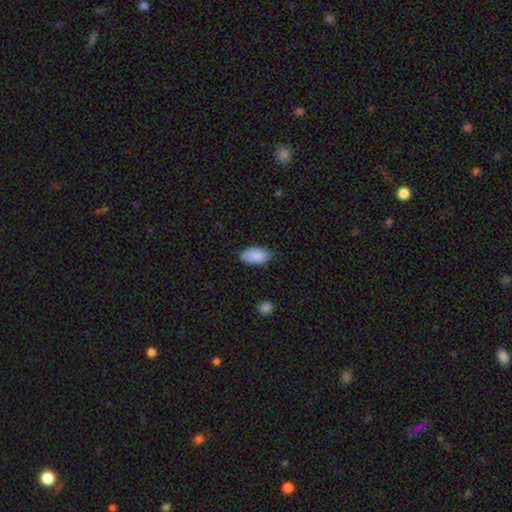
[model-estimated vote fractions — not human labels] A smooth galaxy with no disk features (87%) that is in between round and cigar-shaped (94%).

Vote fractions:
- Smooth or featured? smooth: 87% / star or artifact: 6% / featured or disk: 6%
- How rounded? in between: 94% / round: 3% / cigar-shaped: 3%
- Merging? none: 73% / minor disturbance: 22% / major disturbance: 4% / merger: 1%